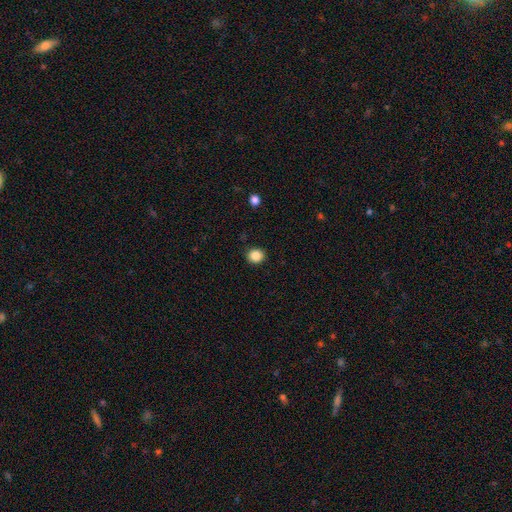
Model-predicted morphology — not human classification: The model was most divided on "how rounded": round: 84%, in between: 15%, cigar-shaped: 1%. More confident: merging — none (90%); smooth or featured — smooth (86%).